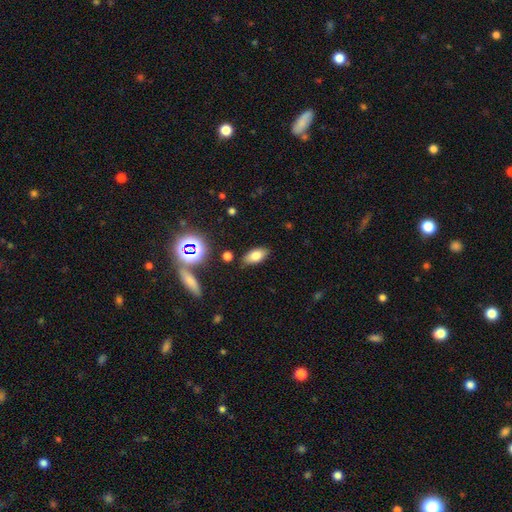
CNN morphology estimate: smooth-or-featured: smooth: 75% | featured or disk: 13% | star or artifact: 12%
  how-rounded: in between: 89% | cigar-shaped: 7% | round: 5%
  merging: none: 83% | minor disturbance: 11% | major disturbance: 3% | merger: 3%